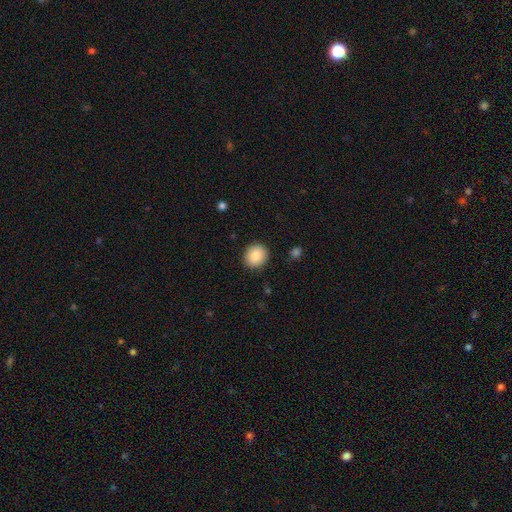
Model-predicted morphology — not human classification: A smooth galaxy with no disk features (86%) that is round (84%).

Vote fractions:
- Smooth or featured? smooth: 86% / star or artifact: 8% / featured or disk: 6%
- How rounded? round: 84% / in between: 15% / cigar-shaped: 1%
- Merging? none: 90% / minor disturbance: 7% / major disturbance: 2% / merger: 1%